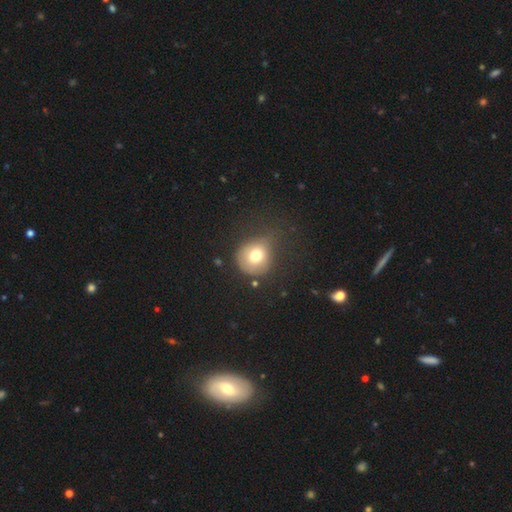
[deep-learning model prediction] Smooth or featured? smooth (72%)
How rounded? round (84%)
Merging? none (46%)